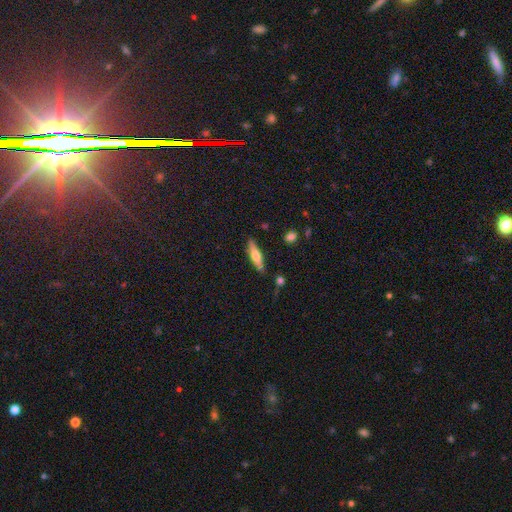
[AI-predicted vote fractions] Overall: smooth (54%; featured or disk 40%). How rounded: cigar-shaped (72%). Merging: none (85%).